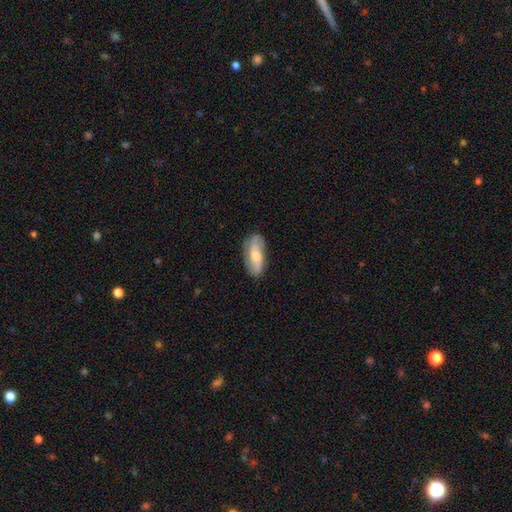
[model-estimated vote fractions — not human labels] Smooth or featured: featured or disk — 54% (smooth — 39%)
Edge-on disk: no — 89% (yes — 11%)
Merging: none — 74% (minor disturbance — 19%)